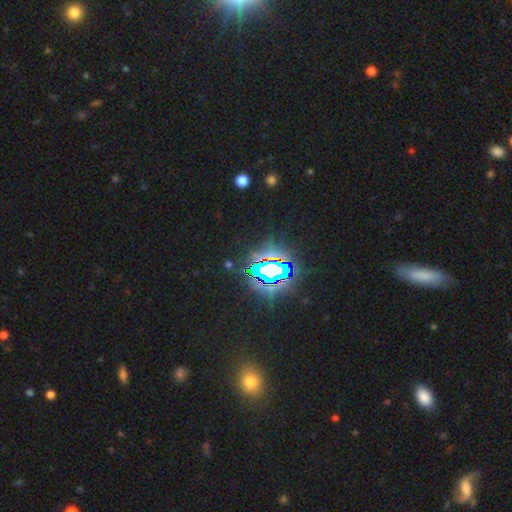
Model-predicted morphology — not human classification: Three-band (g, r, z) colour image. It shows a star or artifact, not a galaxy (80%).